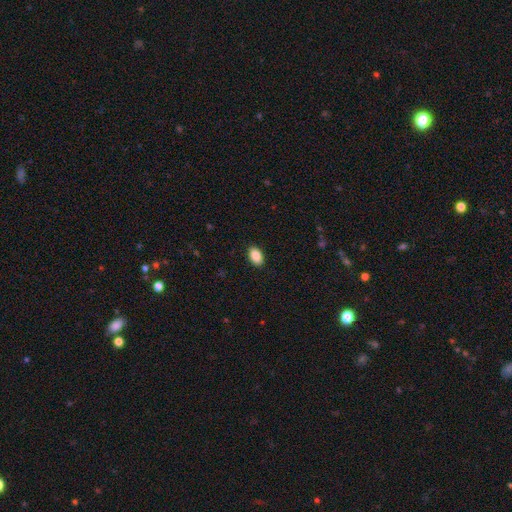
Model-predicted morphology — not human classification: This is clearly a smooth galaxy (89%). How rounded: clearly in between (92%). Merging: clearly none (90%).